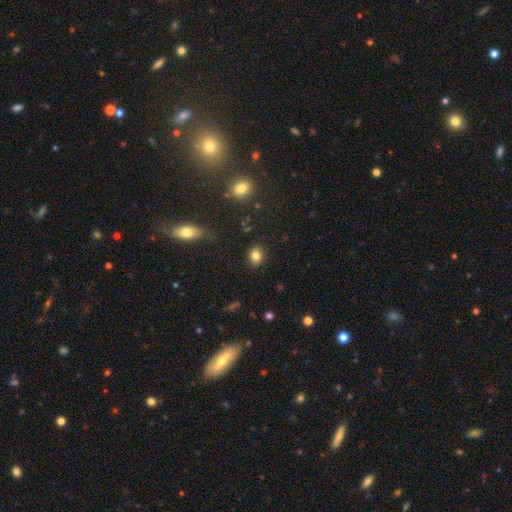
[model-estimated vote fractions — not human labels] smooth-or-featured: smooth: 83% | star or artifact: 11% | featured or disk: 7%
  how-rounded: round: 51% | in between: 48% | cigar-shaped: 1%
  merging: none: 87% | minor disturbance: 9% | major disturbance: 3% | merger: 2%